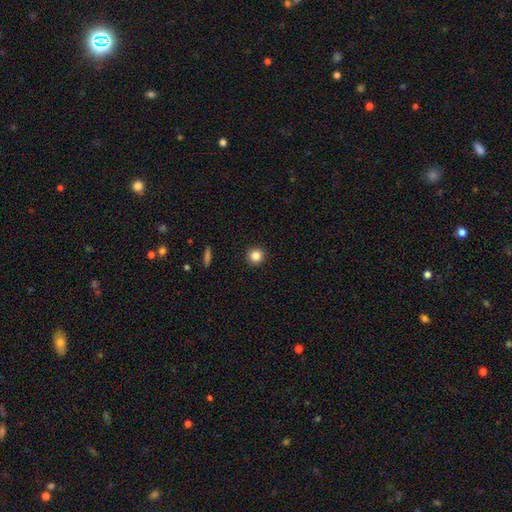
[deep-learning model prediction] This is clearly a smooth galaxy (85%). How rounded: clearly round (94%). Merging: clearly none (92%).